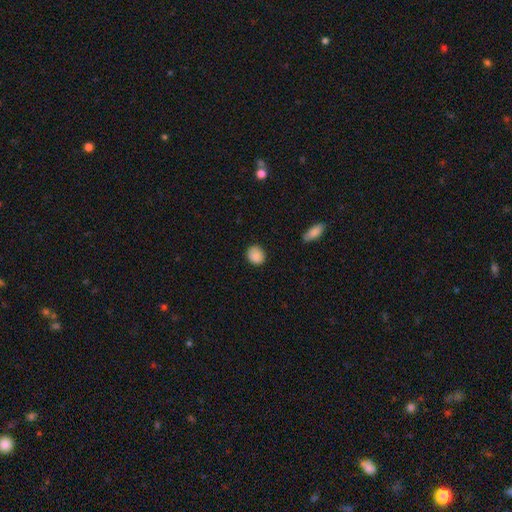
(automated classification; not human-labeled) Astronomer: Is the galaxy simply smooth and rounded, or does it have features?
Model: smooth — 88%.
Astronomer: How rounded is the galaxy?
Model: round — 69%.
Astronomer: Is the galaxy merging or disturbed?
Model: none — 85%.